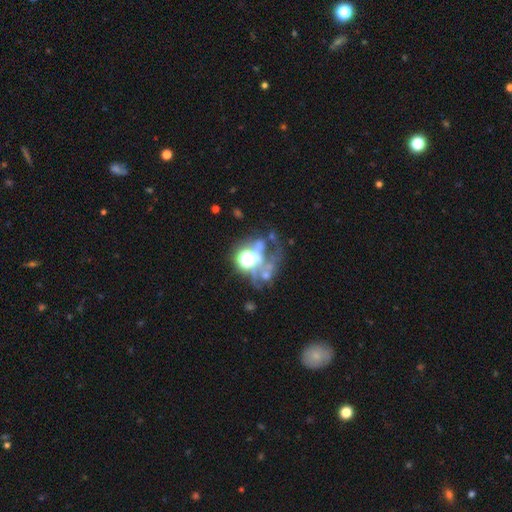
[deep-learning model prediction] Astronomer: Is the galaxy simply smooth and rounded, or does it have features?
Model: star or artifact — 47% (runner-up: featured or disk, 34%).